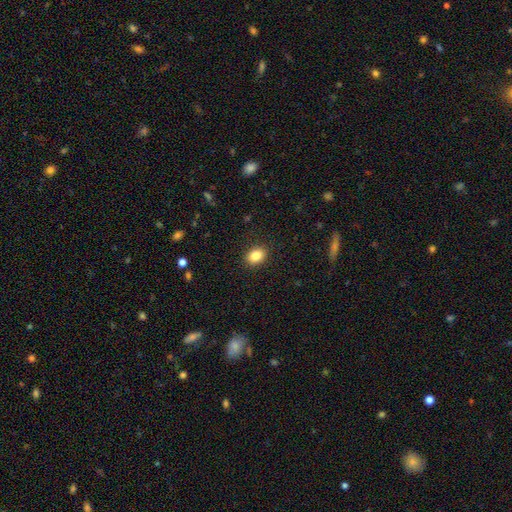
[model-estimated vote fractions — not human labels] A smooth galaxy with no disk features (86%) that is in between round and cigar-shaped (69%). Merging: none (89%).